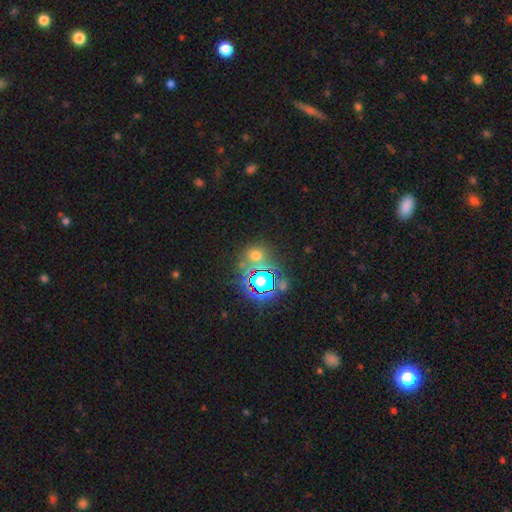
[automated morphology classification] Q: Smooth or featured?
A: smooth (48%); runner-up: star or artifact (43%)
Q: Merging?
A: none (69%); runner-up: merger (14%)